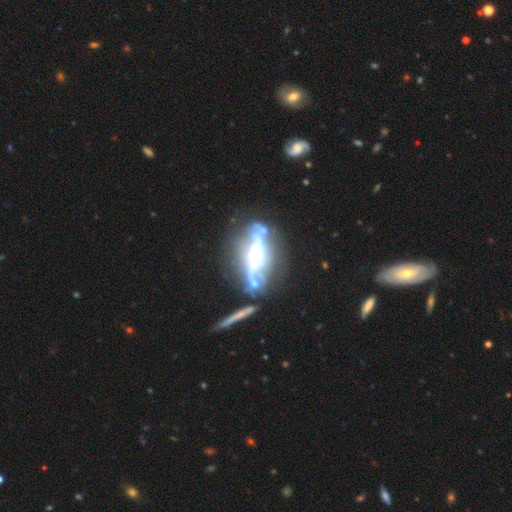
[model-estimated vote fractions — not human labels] This appears to be a featured or disk galaxy (79%) with no bar (39%), spiral arms (69%) and a moderate central bulge (56%). Merging: none (46%).